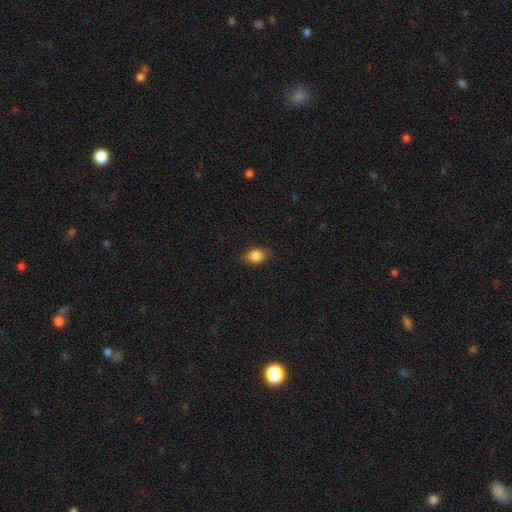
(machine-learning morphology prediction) smooth_or_featured: smooth (p=0.86) [alt: star or artifact p=0.09]
how_rounded: in between (p=0.55) [alt: round p=0.43]
merging: none (p=0.84) [alt: minor disturbance p=0.12]